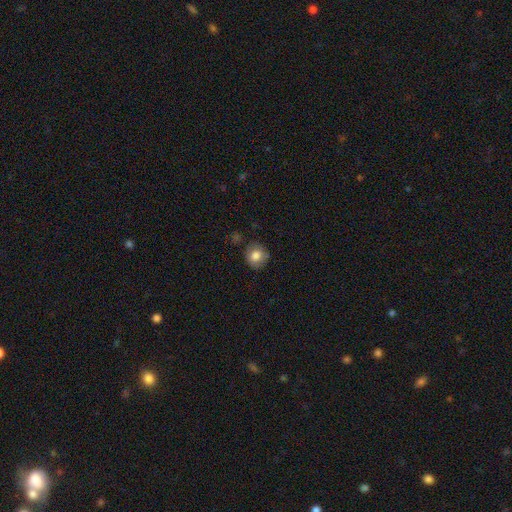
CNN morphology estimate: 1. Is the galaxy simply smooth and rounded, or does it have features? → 81% smooth, 10% featured or disk, 9% star or artifact.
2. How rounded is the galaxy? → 84% round, 15% in between, 1% cigar-shaped.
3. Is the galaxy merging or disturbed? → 79% none, 15% minor disturbance, 4% major disturbance, 2% merger.